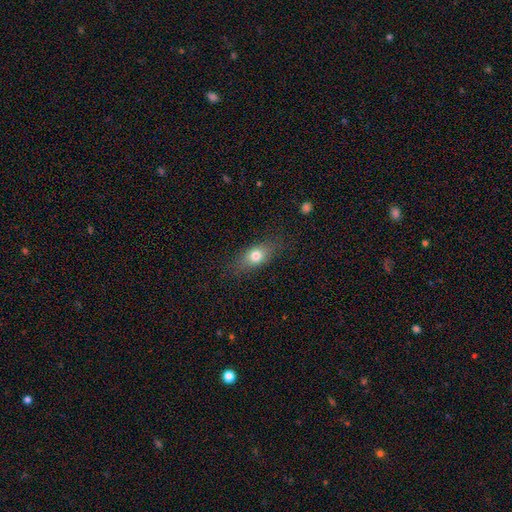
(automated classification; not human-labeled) Smooth or featured? smooth (76%)
How rounded? in between (73%)
Merging? none (80%)